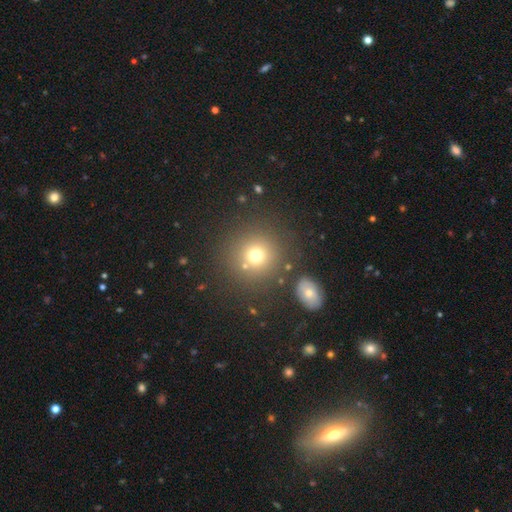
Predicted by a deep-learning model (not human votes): Q: Smooth or featured?
A: smooth (71%); runner-up: star or artifact (18%)
Q: How rounded?
A: round (92%); runner-up: in between (7%)
Q: Merging?
A: none (79%); runner-up: minor disturbance (8%)